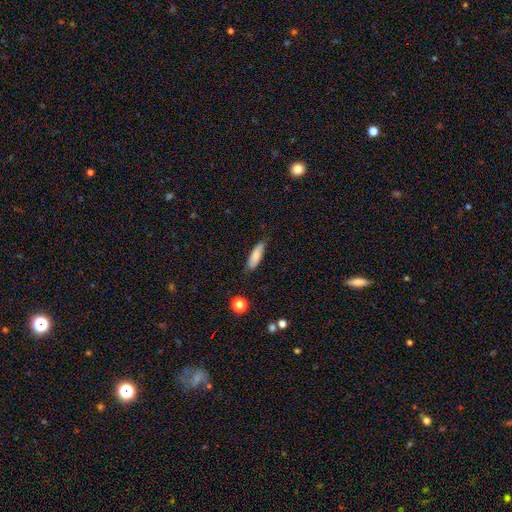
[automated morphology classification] type=smooth (83%); roundness=in between (50%); merging=none (74%).